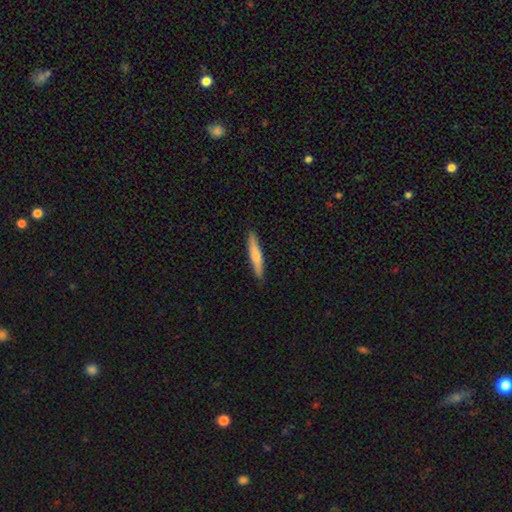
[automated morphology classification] Smooth or featured: smooth — 68% (featured or disk — 27%)
How rounded: cigar-shaped — 92% (in between — 7%)
Merging: none — 89% (minor disturbance — 8%)